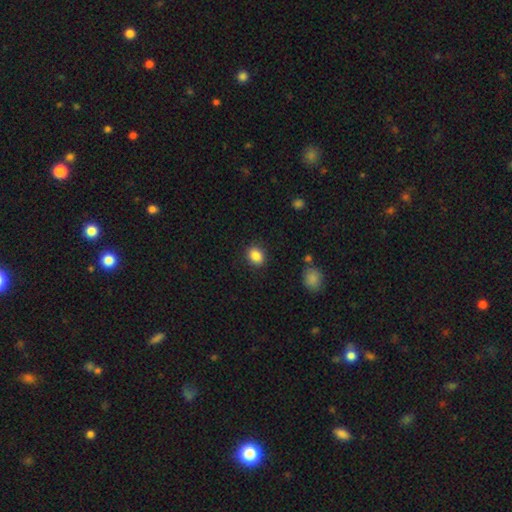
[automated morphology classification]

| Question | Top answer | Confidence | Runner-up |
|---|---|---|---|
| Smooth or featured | smooth | 87% | star or artifact (9%) |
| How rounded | in between | 51% | round (48%) |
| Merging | none | 88% | minor disturbance (8%) |